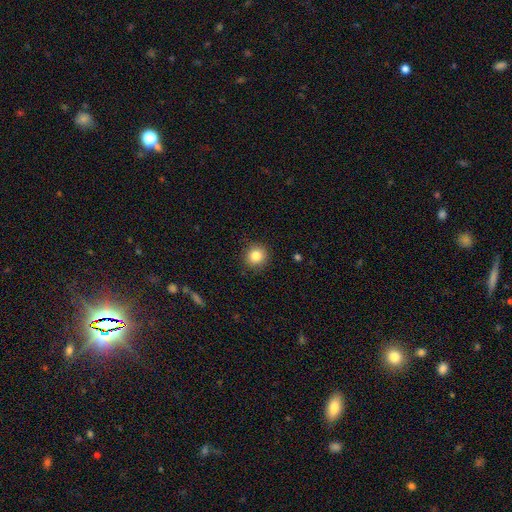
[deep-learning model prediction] Overall: smooth (83%). How rounded: round (93%). Merging: none (90%).